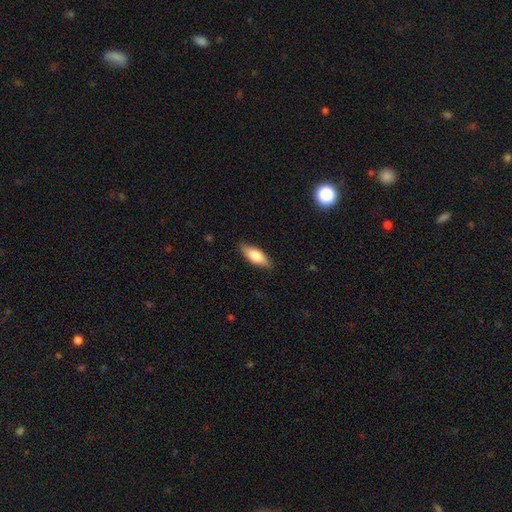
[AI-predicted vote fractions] The model was most divided on "how rounded": in between: 74%, cigar-shaped: 24%, round: 2%. More confident: merging — none (87%); smooth or featured — smooth (75%).